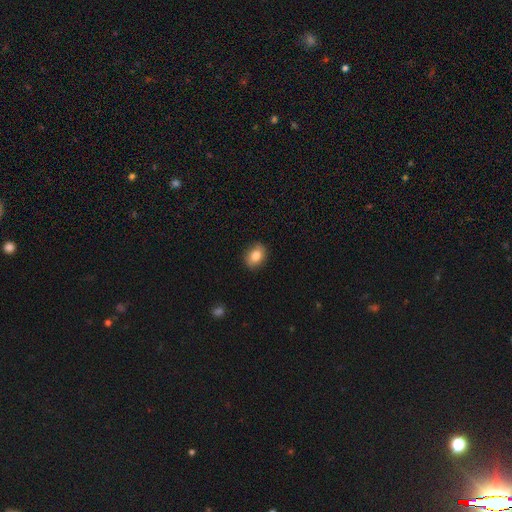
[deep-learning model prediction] Morphology: type=smooth (83%); roundness=in between (65%); merging=none (87%).